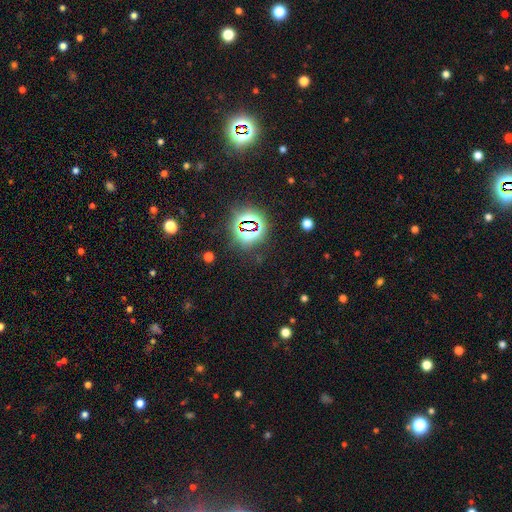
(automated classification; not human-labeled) Smooth or featured: star or artifact — 82% (smooth — 11%)